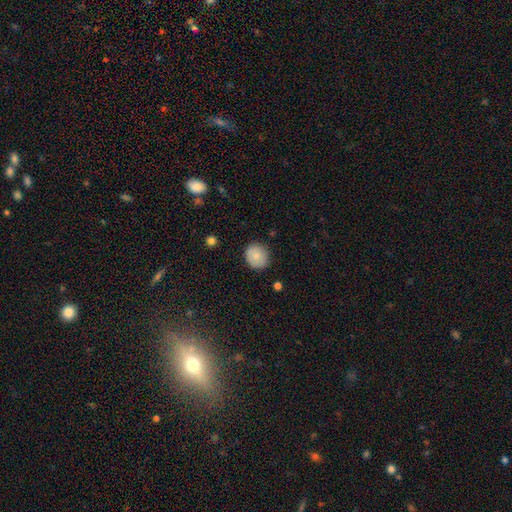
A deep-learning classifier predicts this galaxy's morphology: Smooth or featured: smooth — 83% (featured or disk — 9%)
How rounded: round — 82% (in between — 17%)
Merging: none — 82% (minor disturbance — 14%)